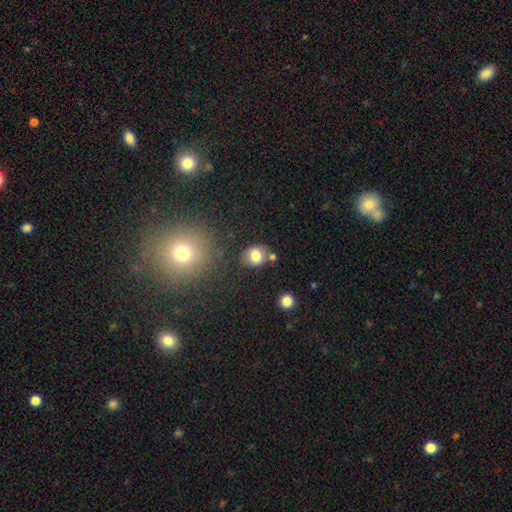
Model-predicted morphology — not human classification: smooth 79%, star or artifact 11%, featured or disk 10%. Down the decision tree: how rounded — round (58%); merging — none (71%).